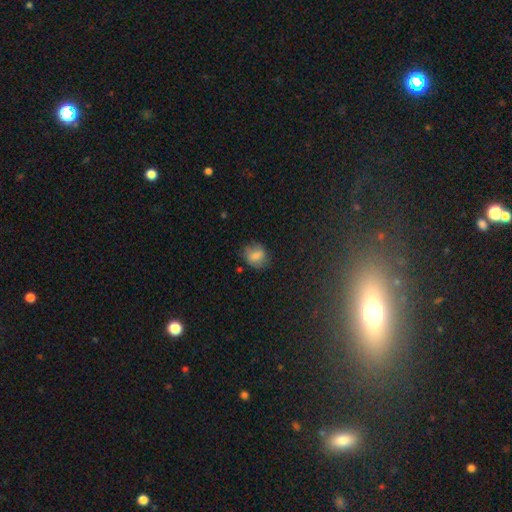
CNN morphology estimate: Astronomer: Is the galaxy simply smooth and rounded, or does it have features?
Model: smooth — 76%.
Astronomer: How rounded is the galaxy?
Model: round — 63%.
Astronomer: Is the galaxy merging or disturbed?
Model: none — 72%.